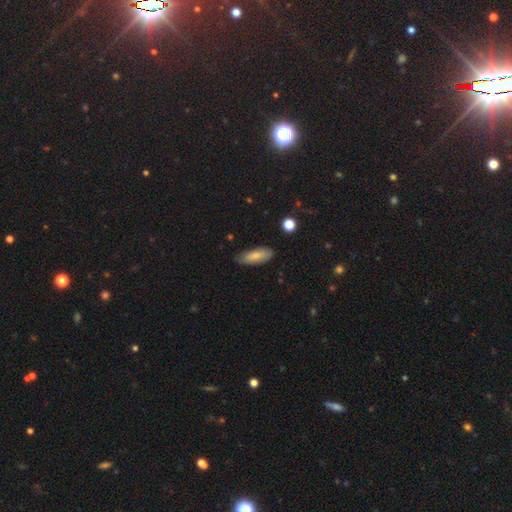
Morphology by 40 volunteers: smooth_or_featured: smooth (p=0.72) [alt: featured or disk p=0.20]
how_rounded: in between (p=0.69) [alt: cigar-shaped p=0.31]
merging: none (p=0.70) [alt: minor disturbance p=0.24]